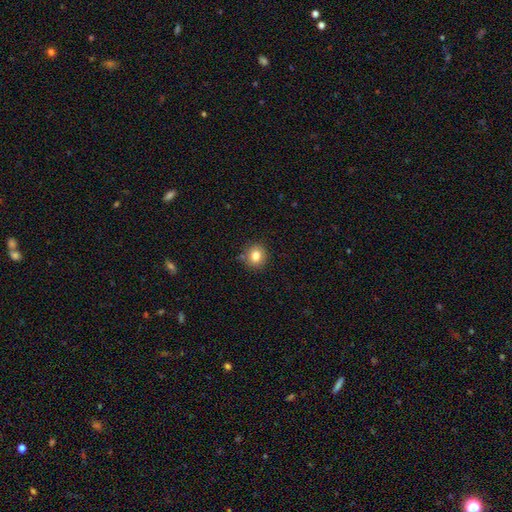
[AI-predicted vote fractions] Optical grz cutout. It shows a smooth galaxy with no disk features (82%) that is round (86%). Merging: none (85%).